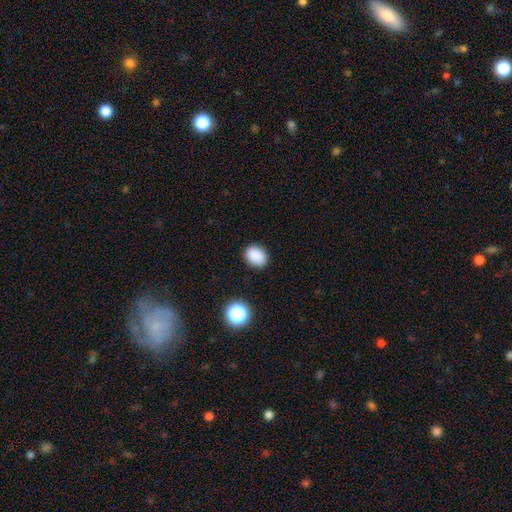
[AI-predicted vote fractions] smooth_or_featured: smooth (p=0.87) [alt: star or artifact p=0.10]
how_rounded: in between (p=0.58) [alt: round p=0.41]
merging: none (p=0.87) [alt: minor disturbance p=0.09]